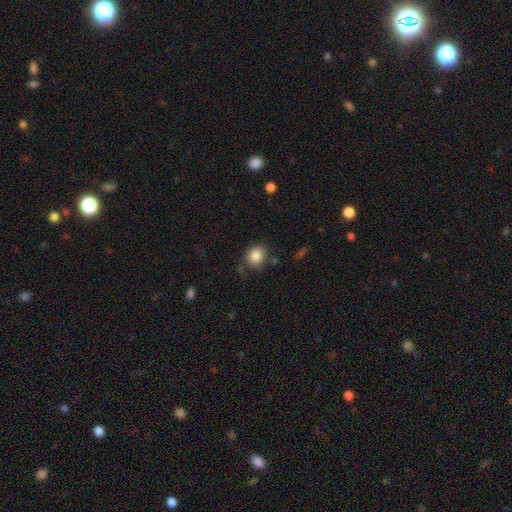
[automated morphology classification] Smooth or featured? smooth (85%)
How rounded? round (80%)
Merging? none (78%)